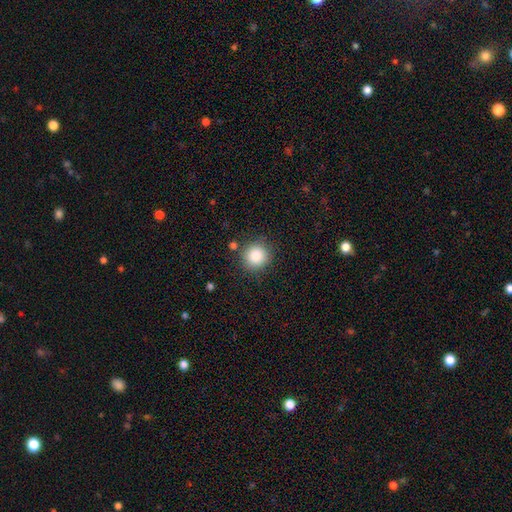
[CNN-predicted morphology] A smooth galaxy with no disk features (85%) that is round (92%). Merging: none (86%).